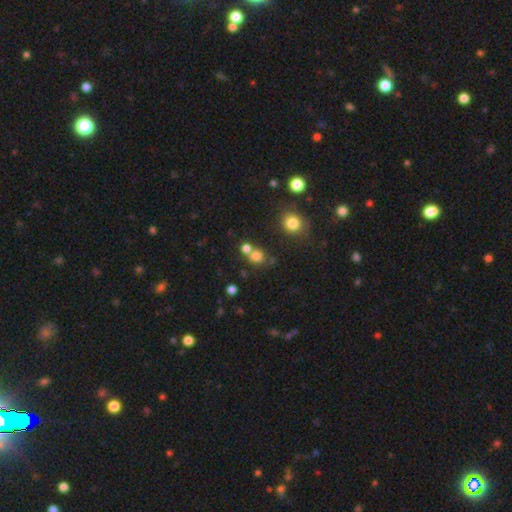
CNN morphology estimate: Smooth or featured?
  - smooth: 75% *
  - star or artifact: 16%
  - featured or disk: 8%
How rounded?
  - round: 81% *
  - in between: 18%
  - cigar-shaped: 1%
Merging?
  - none: 54% *
  - merger: 35%
  - minor disturbance: 8%
  - major disturbance: 4%